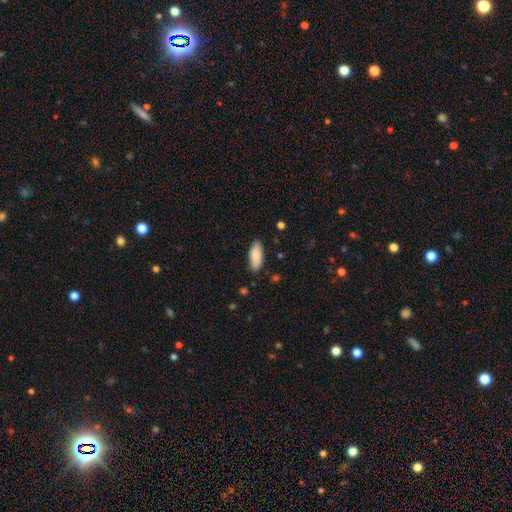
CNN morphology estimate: This is clearly a smooth galaxy (87%). How rounded: clearly in between (83%). Merging: clearly none (85%).